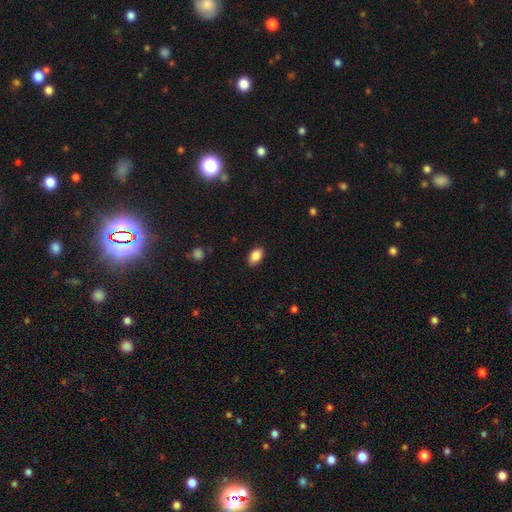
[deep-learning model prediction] Smooth or featured? Predicted: smooth (p=0.87). How rounded? Predicted: in between (p=0.88). Merging? Predicted: none (p=0.86).